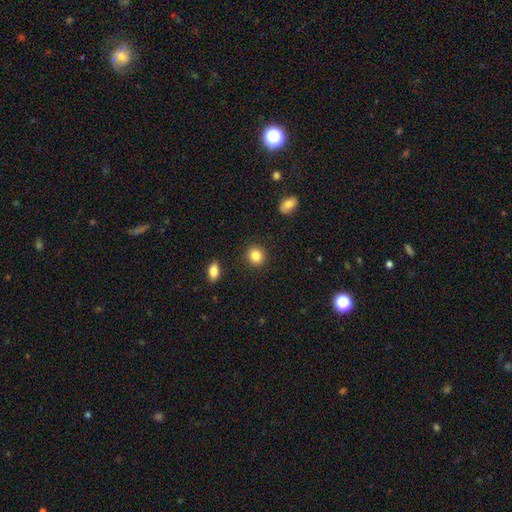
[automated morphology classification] Overall: smooth (85%). How rounded: round (85%). Merging: none (91%).